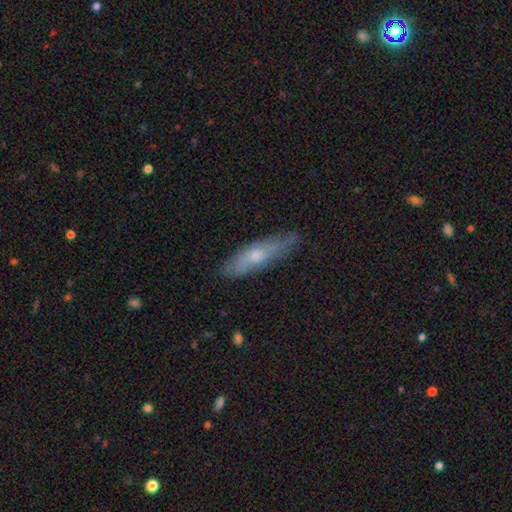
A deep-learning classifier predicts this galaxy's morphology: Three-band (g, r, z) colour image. It shows a smooth galaxy with no disk features (52%) that is cigar-shaped (65%). Merging: none (73%).